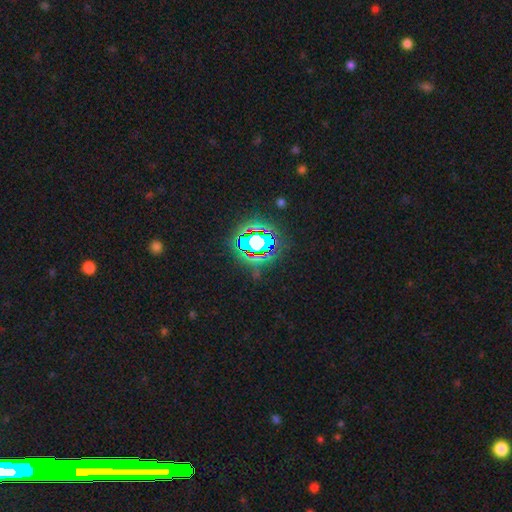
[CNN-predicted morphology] Overall: star or artifact (81%).